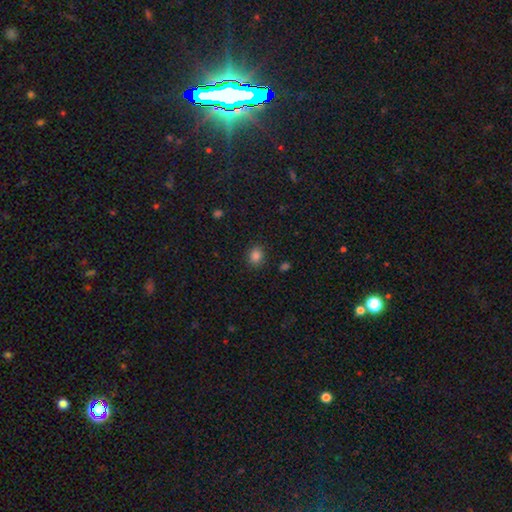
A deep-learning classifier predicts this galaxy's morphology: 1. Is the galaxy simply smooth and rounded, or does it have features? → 84% smooth, 12% star or artifact, 4% featured or disk.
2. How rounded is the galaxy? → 66% round, 33% in between, 1% cigar-shaped.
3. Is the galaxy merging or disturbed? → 88% none, 8% minor disturbance, 2% major disturbance, 1% merger.